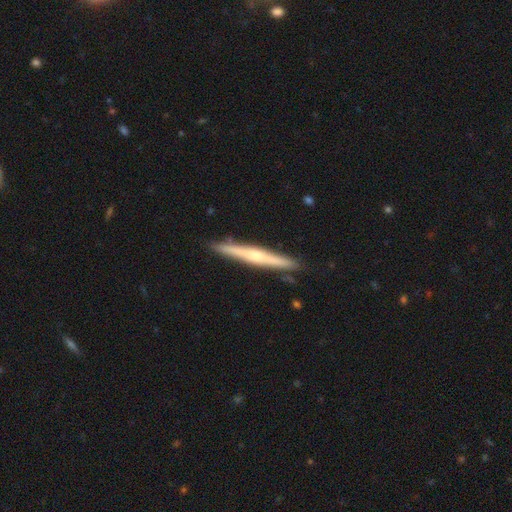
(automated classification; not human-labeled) A featured or disk galaxy (64%) viewed edge-on (97%) with a rounded central bulge (72%). Merging: none (89%).